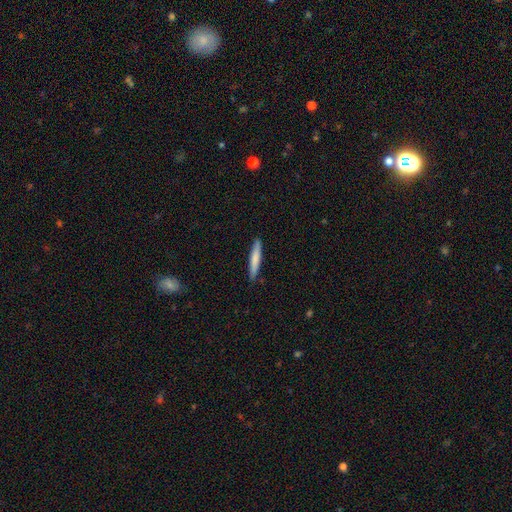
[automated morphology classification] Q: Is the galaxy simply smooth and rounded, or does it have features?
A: smooth — 64%.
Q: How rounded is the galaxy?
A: cigar-shaped — 95%.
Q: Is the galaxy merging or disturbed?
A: none — 90%.